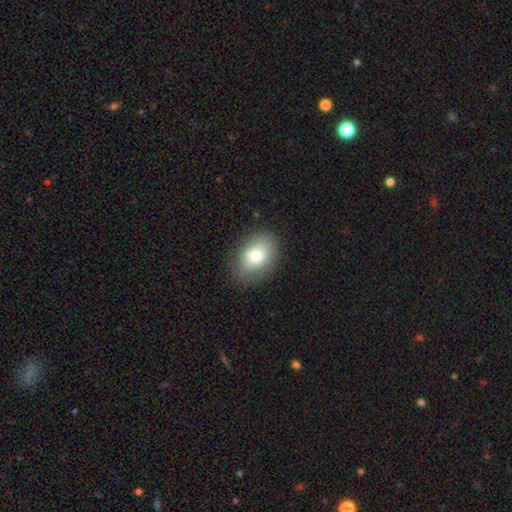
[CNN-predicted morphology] smooth_or_featured: smooth (p=0.77) [alt: featured or disk p=0.15]
how_rounded: in between (p=0.80) [alt: round p=0.19]
merging: none (p=0.82) [alt: minor disturbance p=0.13]